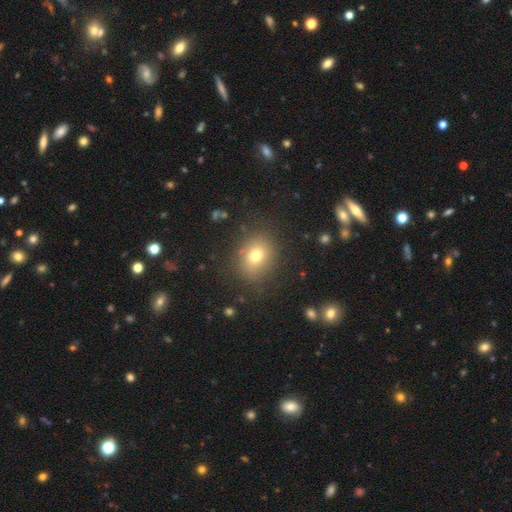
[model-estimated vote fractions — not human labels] Smooth or featured? Predicted: smooth (p=0.73). How rounded? Predicted: round (p=0.56). Merging? Predicted: none (p=0.83).